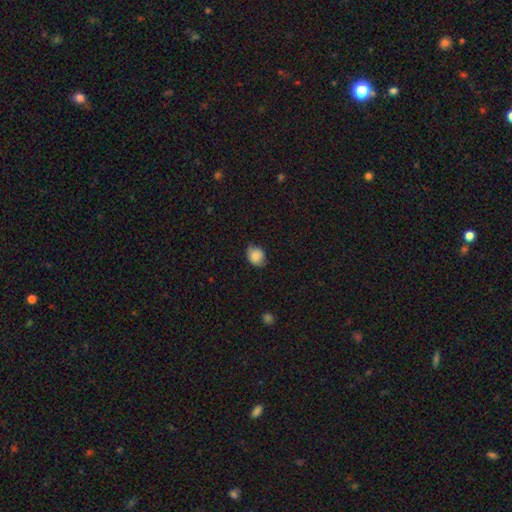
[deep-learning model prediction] Smooth or featured: smooth — 85% (star or artifact — 8%)
How rounded: round — 55% (in between — 44%)
Merging: none — 68% (minor disturbance — 26%)